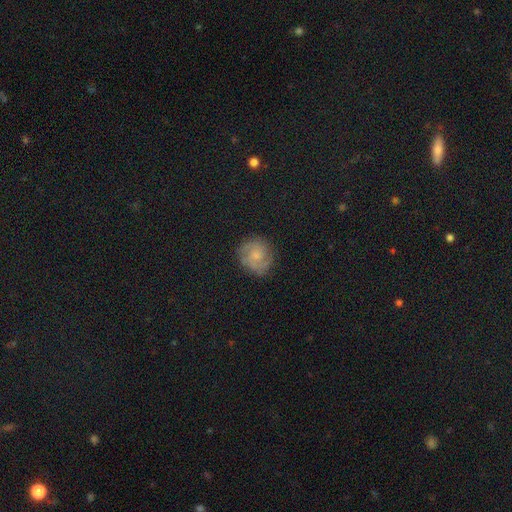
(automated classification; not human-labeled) This is possibly a featured or disk galaxy (59%). It is clearly not viewed edge-on (98%). Bar: likely no (72%). Spiral arm pattern: clearly yes (90%). Spiral arm count: possibly 2 (46%). Spiral winding: possibly tight (46%). Central bulge: possibly small (54%). Merging: likely none (77%).